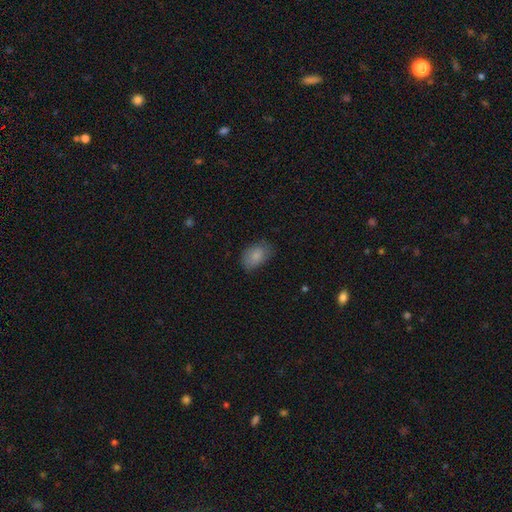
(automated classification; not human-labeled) This is clearly a smooth galaxy (84%). How rounded: clearly in between (89%). Merging: likely none (70%).